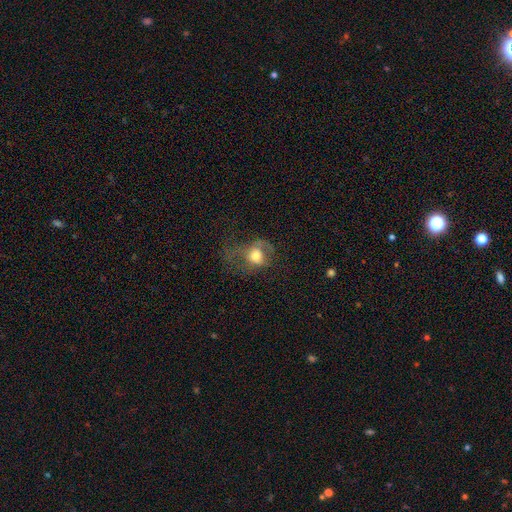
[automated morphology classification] Smooth or featured?
  - smooth: 59% *
  - featured or disk: 31%
  - star or artifact: 10%
How rounded?
  - round: 59% *
  - in between: 39%
  - cigar-shaped: 1%
Merging?
  - major disturbance: 50% *
  - none: 27%
  - minor disturbance: 20%
  - merger: 3%